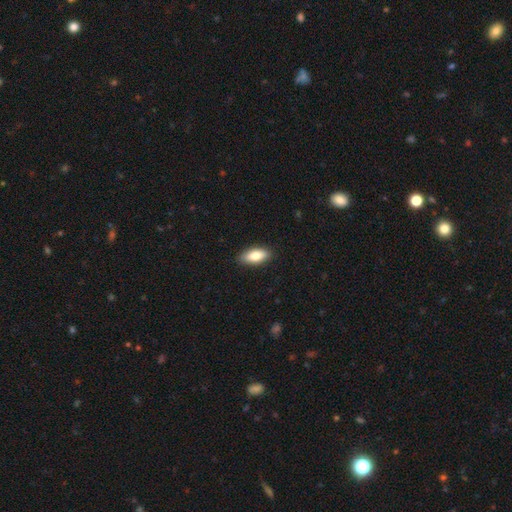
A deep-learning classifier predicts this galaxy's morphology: smooth_or_featured: smooth (p=0.81) [alt: featured or disk p=0.12]
how_rounded: in between (p=0.86) [alt: cigar-shaped p=0.12]
merging: none (p=0.88) [alt: minor disturbance p=0.09]